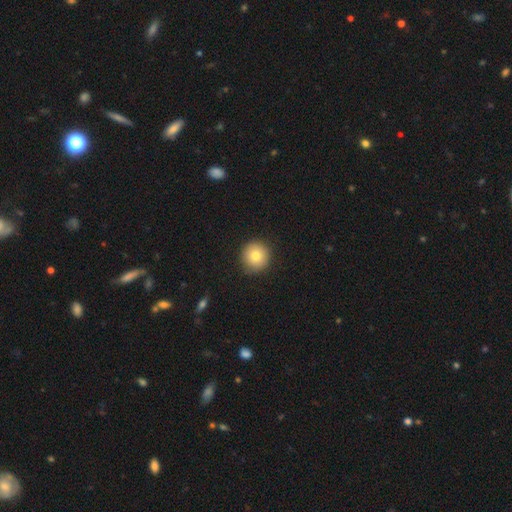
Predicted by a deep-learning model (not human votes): A smooth galaxy with no disk features (79%) that is round (95%). Merging: none (90%).